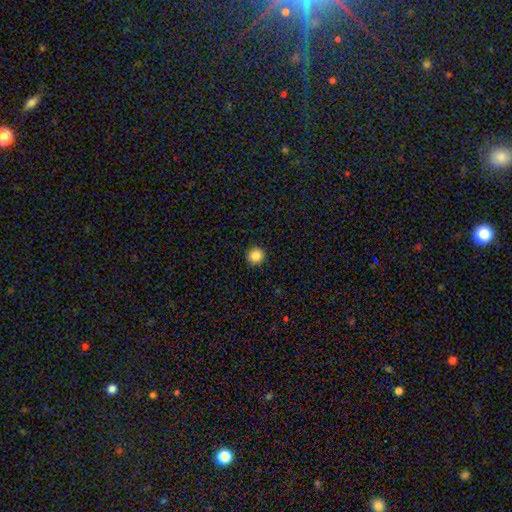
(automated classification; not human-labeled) Overall: smooth (86%). How rounded: round (94%). Merging: none (93%).